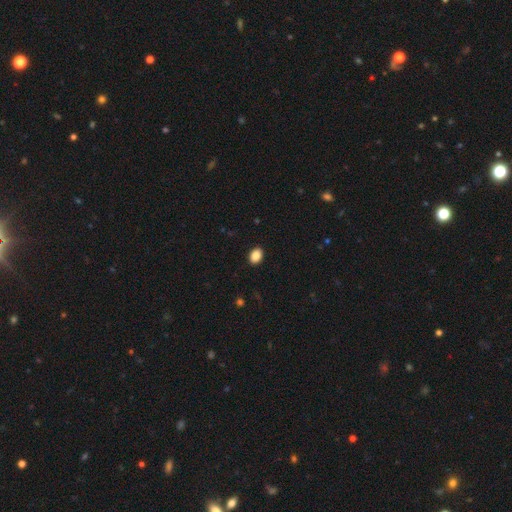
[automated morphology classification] smooth_or_featured: smooth (p=0.88) [alt: star or artifact p=0.08]
how_rounded: in between (p=0.73) [alt: round p=0.26]
merging: none (p=0.91) [alt: minor disturbance p=0.06]